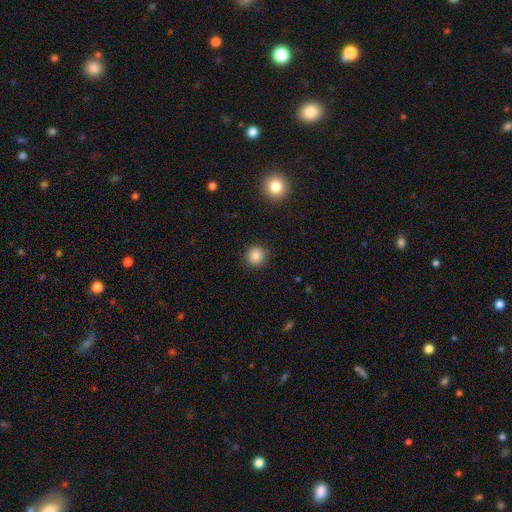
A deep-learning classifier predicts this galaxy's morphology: smooth 85%, star or artifact 11%, featured or disk 4%. Down the decision tree: how rounded — round (92%); merging — none (91%).